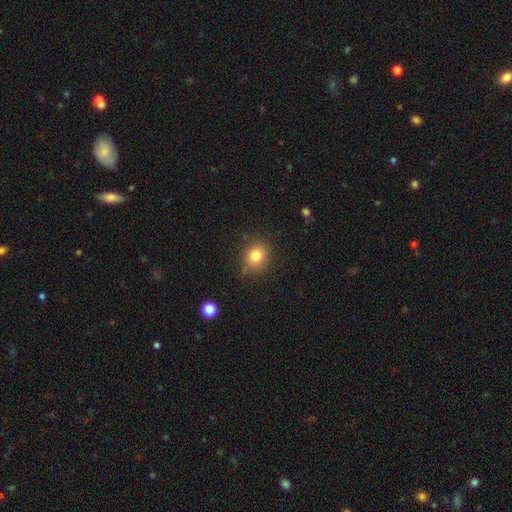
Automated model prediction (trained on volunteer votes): Morphology: type=smooth (80%); roundness=round (74%); merging=none (81%).